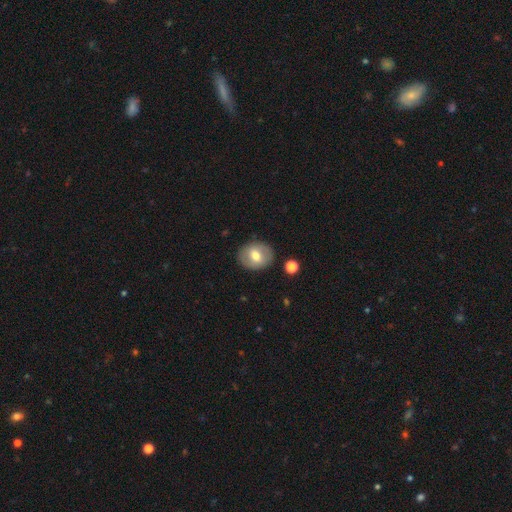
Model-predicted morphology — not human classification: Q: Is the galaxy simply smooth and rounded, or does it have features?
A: smooth — 64%.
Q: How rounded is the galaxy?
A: round — 58%.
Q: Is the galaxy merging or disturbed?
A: none — 86%.